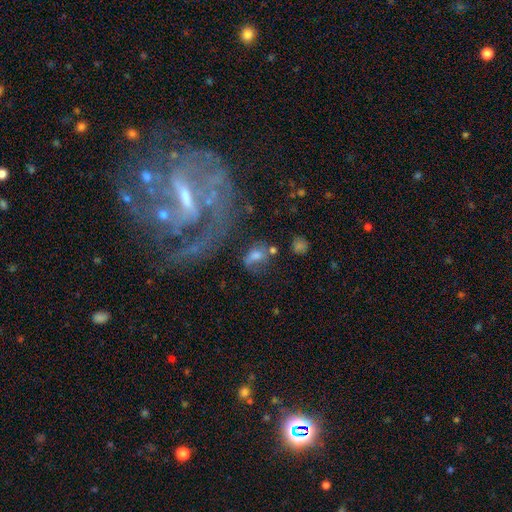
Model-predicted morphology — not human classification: A smooth galaxy with no disk features (51%) that is in between round and cigar-shaped (71%). Merging: none (38%).